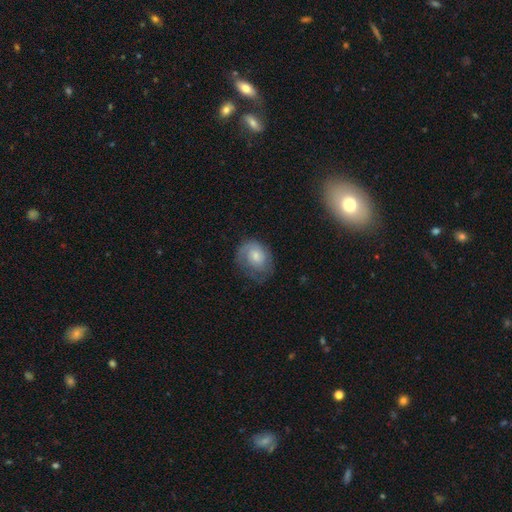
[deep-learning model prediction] Smooth or featured: featured or disk — 53% (smooth — 40%)
Edge-on disk: no — 97% (yes — 3%)
Bar: no — 67% (weak — 29%)
Spiral arms: yes — 83% (no — 17%)
Bulge size: moderate — 45% (small — 41%)
Merging: none — 56% (minor disturbance — 26%)